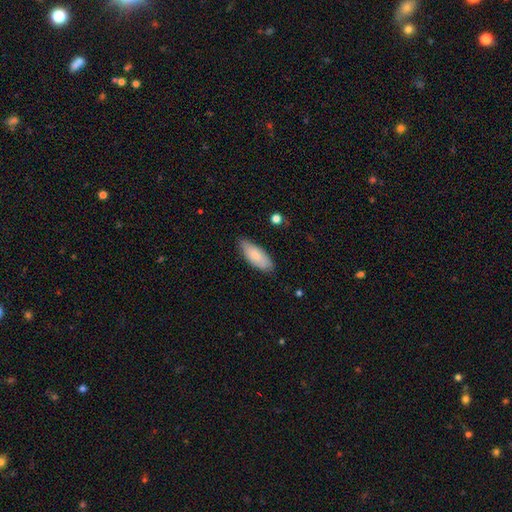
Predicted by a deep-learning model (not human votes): Q: Smooth or featured?
A: smooth (78%); runner-up: featured or disk (17%)
Q: How rounded?
A: in between (81%); runner-up: cigar-shaped (17%)
Q: Merging?
A: none (79%); runner-up: minor disturbance (17%)